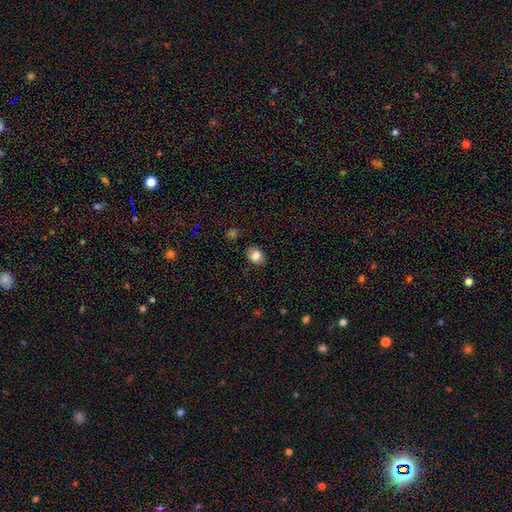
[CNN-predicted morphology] smooth-or-featured: smooth: 83% | star or artifact: 10% | featured or disk: 7%
  how-rounded: in between: 54% | round: 45% | cigar-shaped: 1%
  merging: none: 84% | minor disturbance: 11% | major disturbance: 2% | merger: 2%